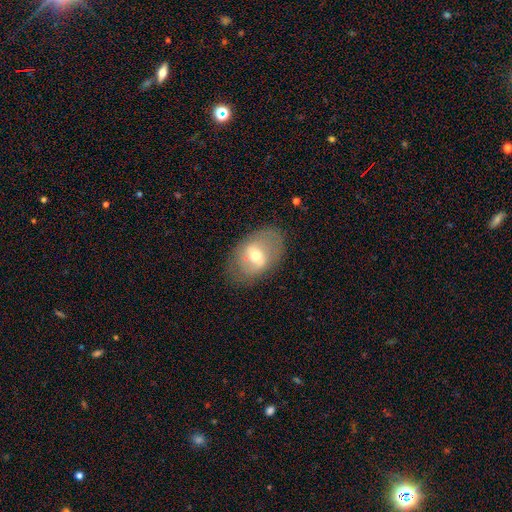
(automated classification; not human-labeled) A featured or disk galaxy (52%). Merging: none (78%).